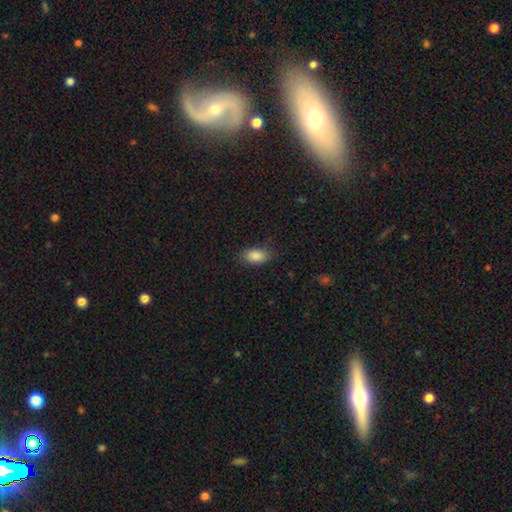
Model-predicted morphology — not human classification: smooth_or_featured: smooth (p=0.89) [alt: star or artifact p=0.07]
how_rounded: in between (p=0.92) [alt: round p=0.05]
merging: none (p=0.83) [alt: minor disturbance p=0.13]